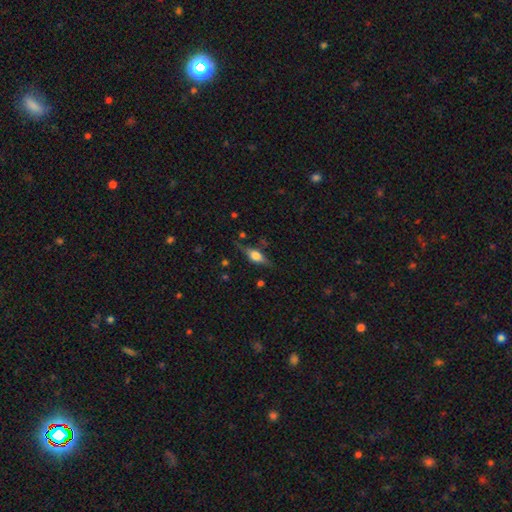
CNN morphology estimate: featured or disk 66%, smooth 26%, star or artifact 8%. Down the decision tree: edge-on disk — yes (95%); edge-on bulge — rounded (89%); merging — none (79%).